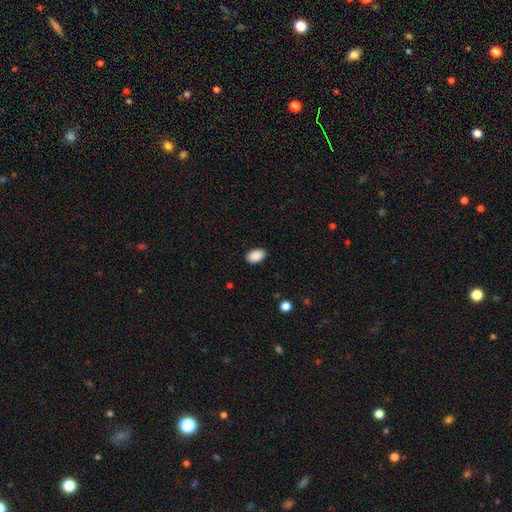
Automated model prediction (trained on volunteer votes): This is clearly a smooth galaxy (90%). How rounded: clearly in between (92%). Merging: clearly none (88%).